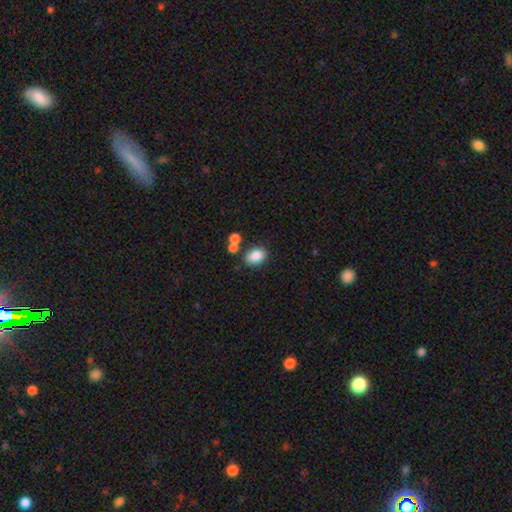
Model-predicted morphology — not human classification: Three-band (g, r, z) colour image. It shows a smooth galaxy with no disk features (86%) that is in between round and cigar-shaped (80%). Merging: none (70%).